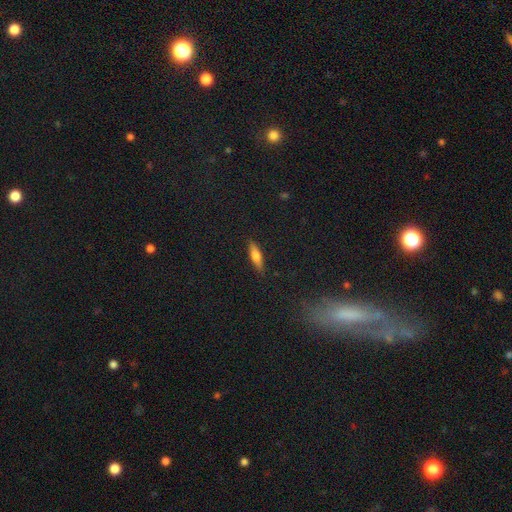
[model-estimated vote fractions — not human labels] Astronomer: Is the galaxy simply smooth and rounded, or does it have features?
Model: smooth — 60%.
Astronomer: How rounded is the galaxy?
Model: cigar-shaped — 70%.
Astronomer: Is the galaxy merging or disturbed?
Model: none — 88%.